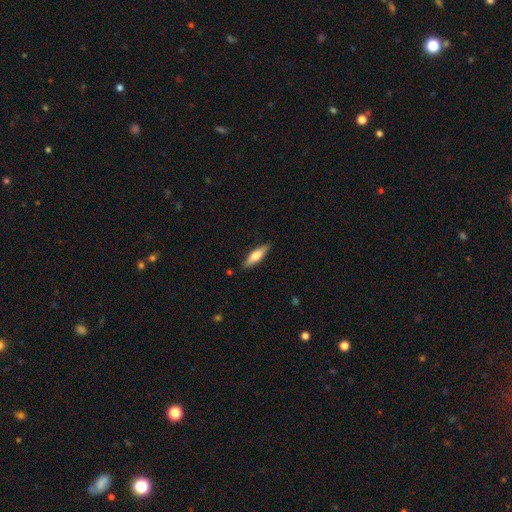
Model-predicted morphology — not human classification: A smooth galaxy with no disk features (64%) that is cigar-shaped (63%).

Vote fractions:
- Smooth or featured? smooth: 64% / featured or disk: 30% / star or artifact: 6%
- How rounded? cigar-shaped: 63% / in between: 35% / round: 2%
- Merging? none: 87% / minor disturbance: 10% / major disturbance: 2% / merger: 1%